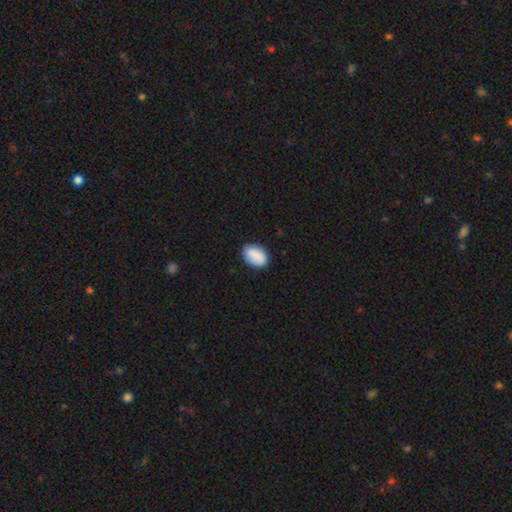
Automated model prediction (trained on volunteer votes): Smooth or featured?
  - smooth: 88% *
  - star or artifact: 7%
  - featured or disk: 5%
How rounded?
  - in between: 86% *
  - round: 12%
  - cigar-shaped: 1%
Merging?
  - none: 84% *
  - minor disturbance: 12%
  - major disturbance: 2%
  - merger: 1%